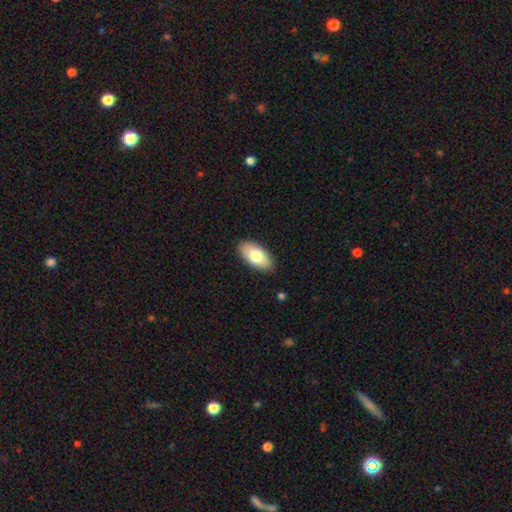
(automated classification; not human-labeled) This is likely a smooth galaxy (76%). How rounded: clearly in between (94%). Merging: clearly none (88%).